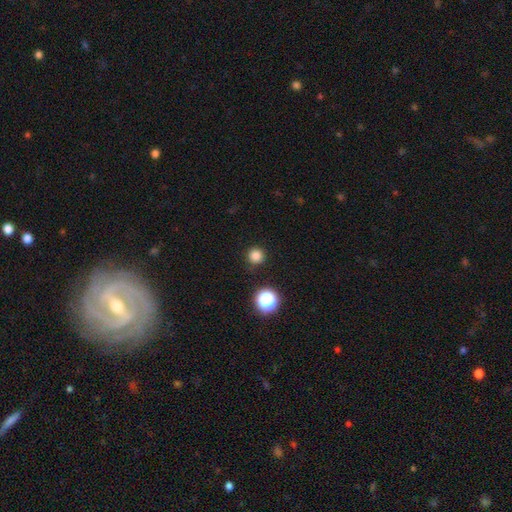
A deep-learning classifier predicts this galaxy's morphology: This appears to be a smooth galaxy with no disk features (81%) that is round (96%). Merging: none (90%).